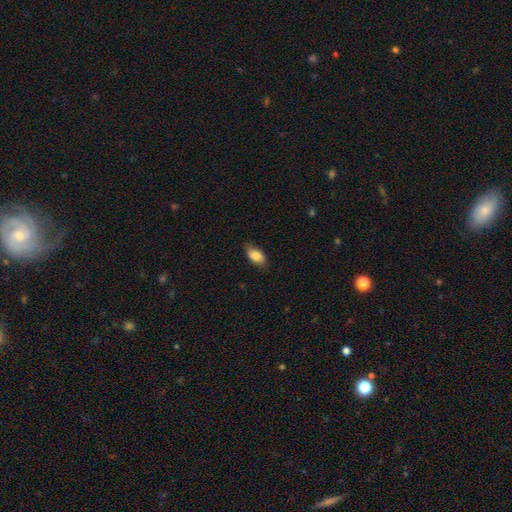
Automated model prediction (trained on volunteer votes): A smooth galaxy with no disk features (86%) that is in between round and cigar-shaped (91%). Merging: none (76%).